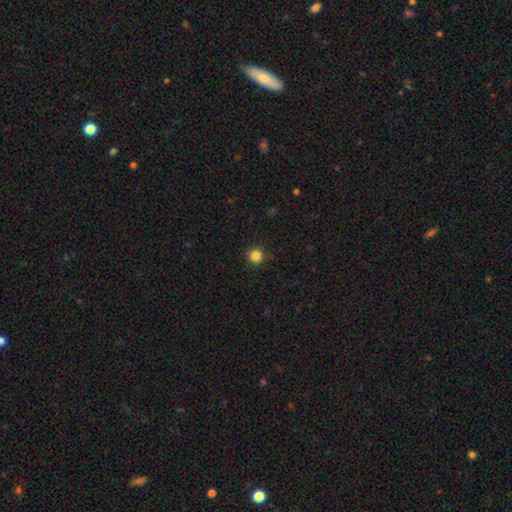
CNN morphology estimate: This appears to be a smooth galaxy with no disk features (85%) that is round (95%). Merging: none (90%).